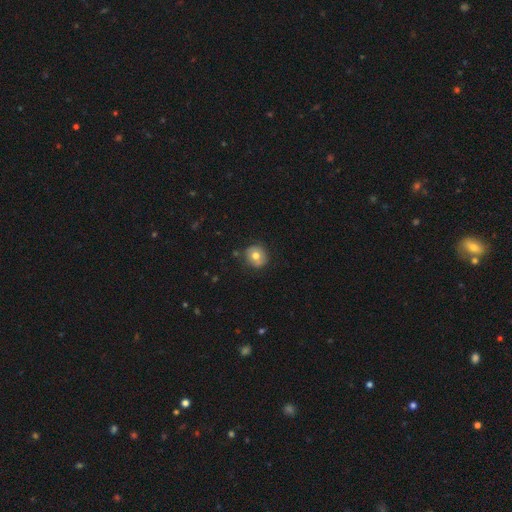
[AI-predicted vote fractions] A smooth galaxy with no disk features (68%) that is round (86%).

Vote fractions:
- Smooth or featured? smooth: 68% / featured or disk: 23% / star or artifact: 9%
- How rounded? round: 86% / in between: 13% / cigar-shaped: 1%
- Merging? none: 80% / minor disturbance: 14% / major disturbance: 3% / merger: 2%